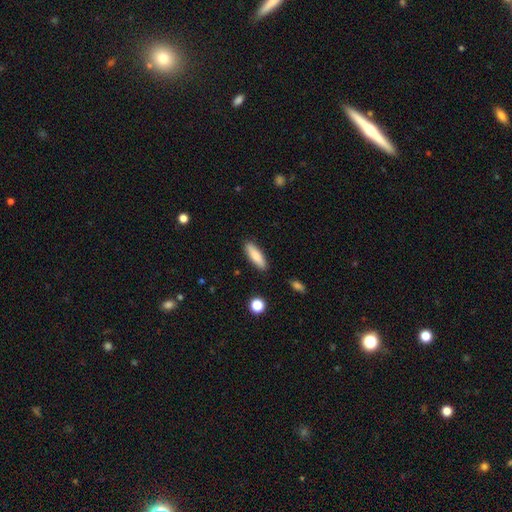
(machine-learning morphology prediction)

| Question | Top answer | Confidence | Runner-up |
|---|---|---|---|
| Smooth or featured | smooth | 83% | featured or disk (10%) |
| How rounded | cigar-shaped | 58% | in between (40%) |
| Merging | none | 88% | minor disturbance (8%) |